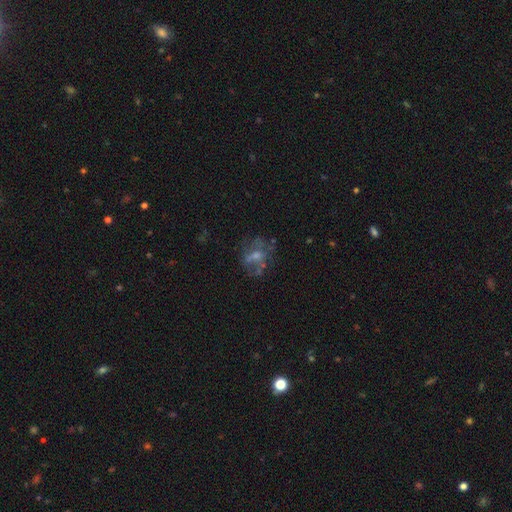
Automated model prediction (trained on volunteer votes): smooth-or-featured: featured or disk: 56% | smooth: 28% | star or artifact: 15%
  disk-edge-on: no: 96% | yes: 4%
    bar: no: 67% | weak: 26% | strong: 7%
    has-spiral-arms: no: 75% | yes: 25%
    bulge-size: small: 41% | moderate: 40% | none: 15% | large: 3% | dominant: 1%
  merging: none: 52% | major disturbance: 23% | minor disturbance: 19% | merger: 6%